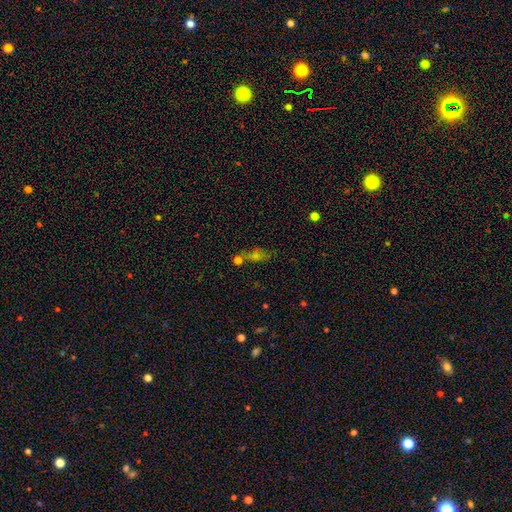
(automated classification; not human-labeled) Smooth or featured?
  - smooth: 43% *
  - star or artifact: 35%
  - featured or disk: 22%
Merging?
  - none: 55% *
  - merger: 22%
  - minor disturbance: 14%
  - major disturbance: 9%